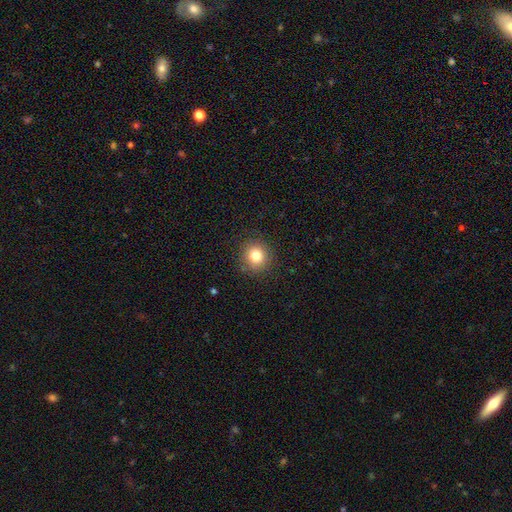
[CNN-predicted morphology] A smooth galaxy with no disk features (80%) that is round (91%). Merging: none (88%).